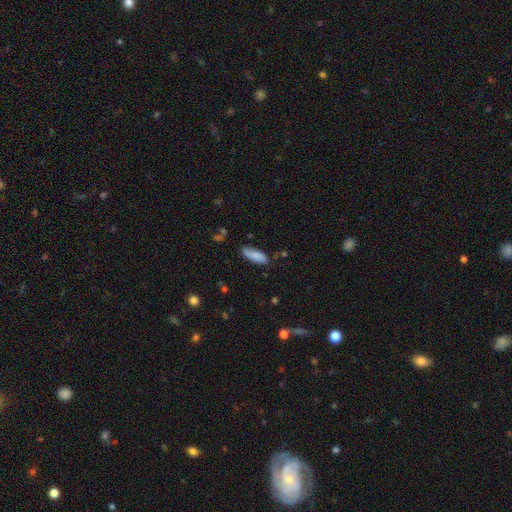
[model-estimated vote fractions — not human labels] This is clearly a smooth galaxy (83%). How rounded: possibly in between (60%). Merging: likely none (70%).